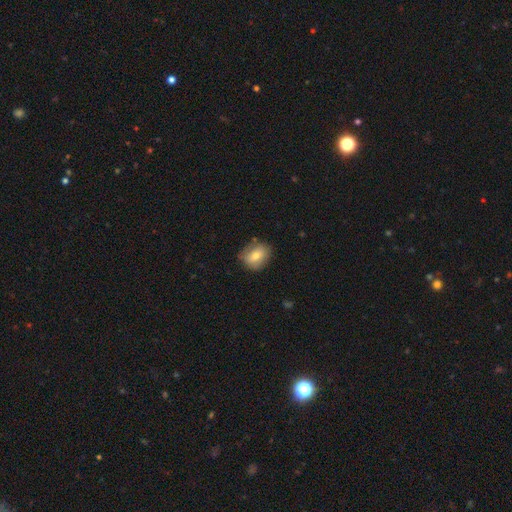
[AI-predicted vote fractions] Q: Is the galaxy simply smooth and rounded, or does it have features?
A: smooth — 71%.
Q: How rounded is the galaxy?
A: round — 50%.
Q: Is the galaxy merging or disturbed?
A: none — 75%.